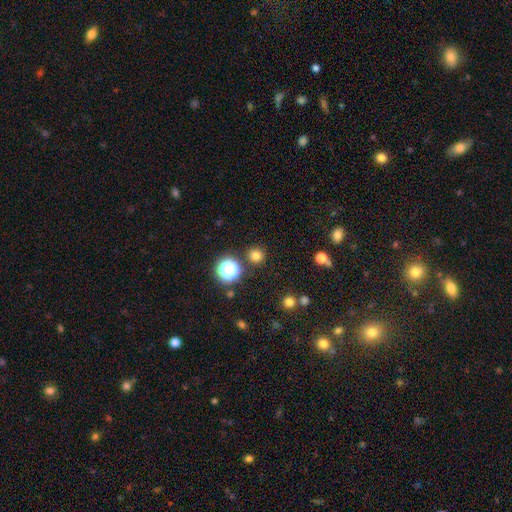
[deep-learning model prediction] The model was most divided on "smooth or featured": smooth: 77%, star or artifact: 19%, featured or disk: 5%. More confident: how rounded — round (94%); merging — none (89%).